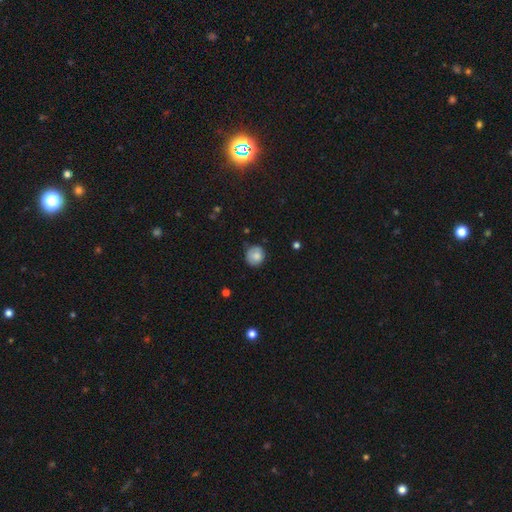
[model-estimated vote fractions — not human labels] Smooth or featured: smooth — 81% (featured or disk — 10%)
How rounded: round — 87% (in between — 12%)
Merging: none — 74% (minor disturbance — 21%)